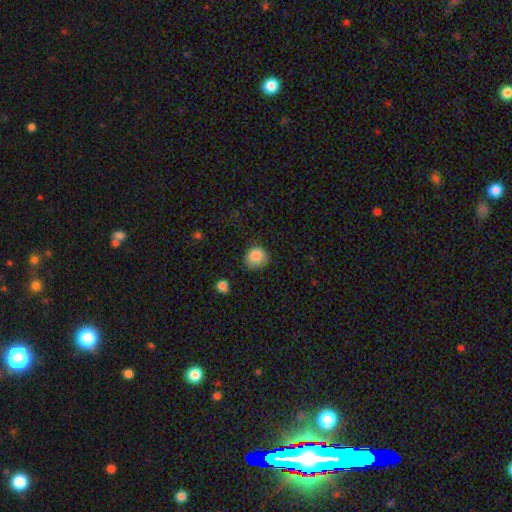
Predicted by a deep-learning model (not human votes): Smooth or featured: smooth — 86% (star or artifact — 8%)
How rounded: round — 72% (in between — 27%)
Merging: none — 67% (minor disturbance — 26%)